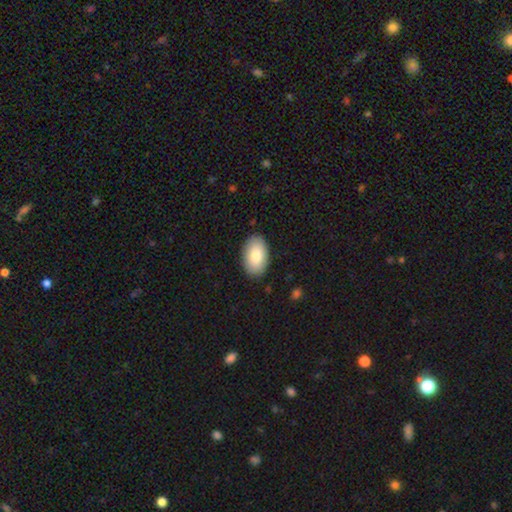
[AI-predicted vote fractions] A smooth galaxy with no disk features (82%) that is in between round and cigar-shaped (93%).

Vote fractions:
- Smooth or featured? smooth: 82% / featured or disk: 12% / star or artifact: 6%
- How rounded? in between: 93% / round: 5% / cigar-shaped: 1%
- Merging? none: 87% / minor disturbance: 10% / major disturbance: 2% / merger: 1%